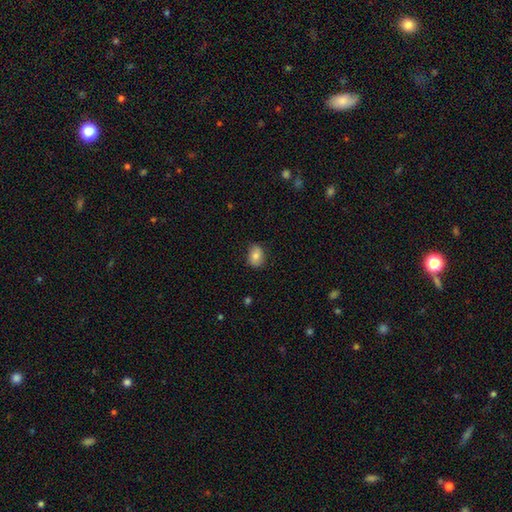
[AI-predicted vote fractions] smooth-or-featured: smooth: 77% | featured or disk: 14% | star or artifact: 8%
  how-rounded: in between: 65% | round: 33% | cigar-shaped: 1%
  merging: none: 81% | minor disturbance: 15% | major disturbance: 3% | merger: 1%